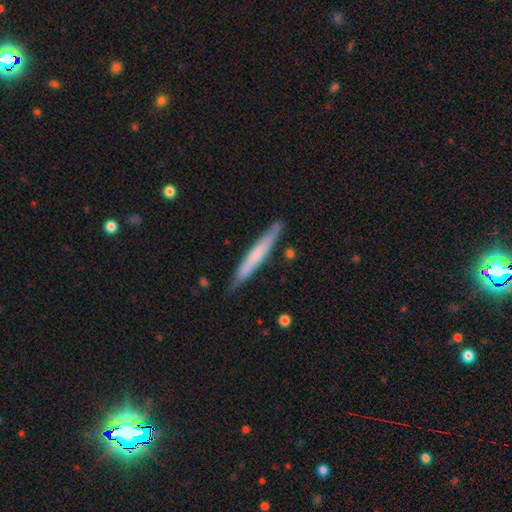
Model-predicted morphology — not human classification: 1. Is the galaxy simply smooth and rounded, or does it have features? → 54% smooth, 40% featured or disk, 5% star or artifact.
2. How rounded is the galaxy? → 96% cigar-shaped, 3% in between, 1% round.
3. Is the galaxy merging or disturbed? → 84% none, 12% minor disturbance, 2% major disturbance, 2% merger.